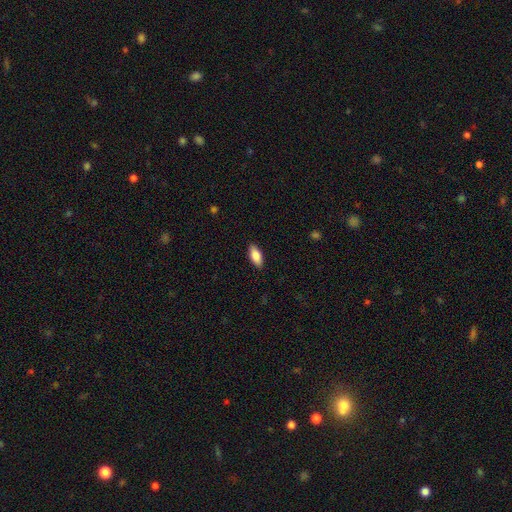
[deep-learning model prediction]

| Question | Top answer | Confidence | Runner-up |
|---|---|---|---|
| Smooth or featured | smooth | 83% | featured or disk (11%) |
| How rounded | in between | 84% | cigar-shaped (14%) |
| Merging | none | 89% | minor disturbance (8%) |